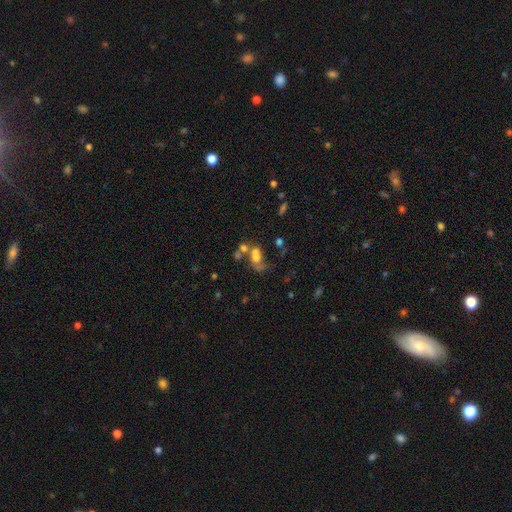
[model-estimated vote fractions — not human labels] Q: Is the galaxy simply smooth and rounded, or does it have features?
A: smooth — 50%.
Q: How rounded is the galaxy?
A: in between — 64%.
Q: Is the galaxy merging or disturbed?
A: merger — 52%.